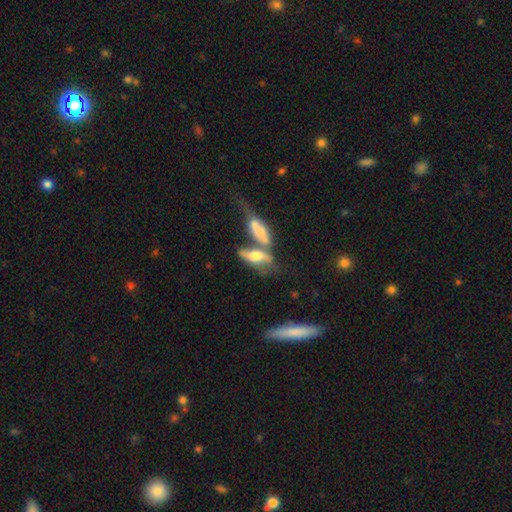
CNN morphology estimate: This is possibly a smooth galaxy (47%). Merging: likely merger (63%).